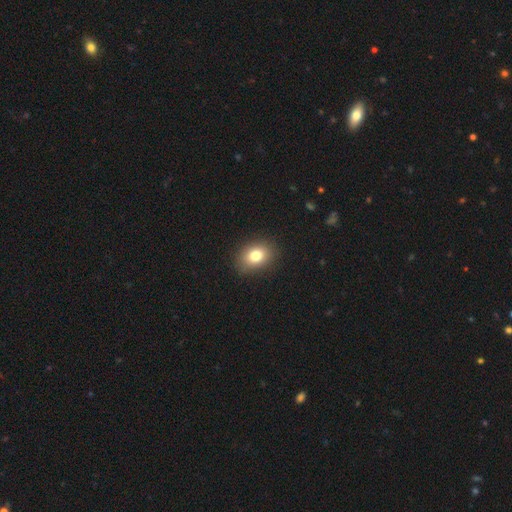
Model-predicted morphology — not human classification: A smooth galaxy with no disk features (81%) that is in between round and cigar-shaped (67%). Merging: none (88%).